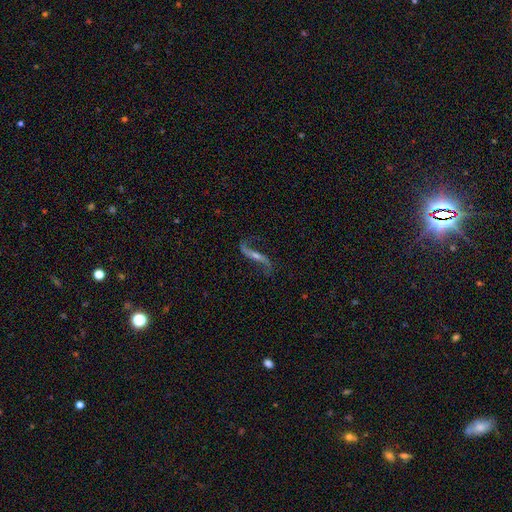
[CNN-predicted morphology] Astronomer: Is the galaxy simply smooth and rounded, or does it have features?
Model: featured or disk — 87%.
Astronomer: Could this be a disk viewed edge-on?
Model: no — 82%.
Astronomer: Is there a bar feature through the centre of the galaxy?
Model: strong — 42% (runner-up: no, 29%).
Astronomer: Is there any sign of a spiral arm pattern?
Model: yes — 96%.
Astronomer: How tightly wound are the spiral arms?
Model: loose — 89%.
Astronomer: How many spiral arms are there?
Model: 2 — 92%.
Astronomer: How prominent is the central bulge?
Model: small — 56% (runner-up: moderate, 32%).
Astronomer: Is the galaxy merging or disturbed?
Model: none — 75%.